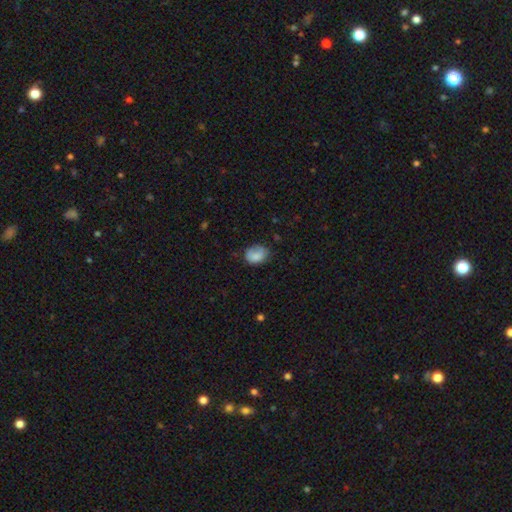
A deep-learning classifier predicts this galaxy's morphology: Q: Smooth or featured?
A: smooth (80%); runner-up: featured or disk (11%)
Q: How rounded?
A: in between (60%); runner-up: round (39%)
Q: Merging?
A: none (59%); runner-up: minor disturbance (29%)